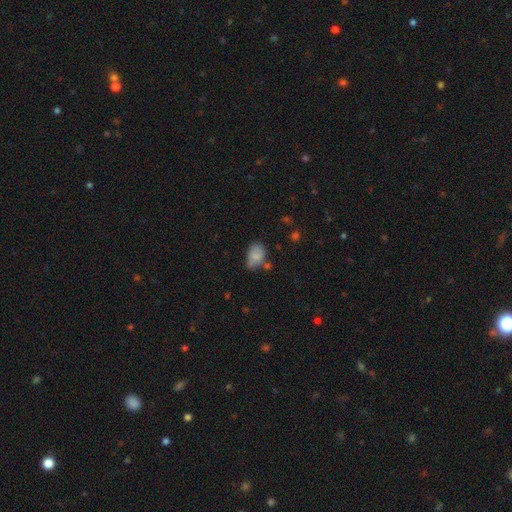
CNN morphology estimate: Smooth or featured? smooth (76%)
How rounded? in between (79%)
Merging? none (45%)